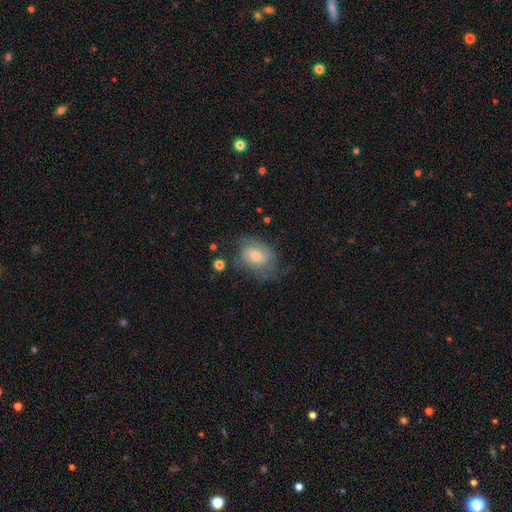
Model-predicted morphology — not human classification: A featured or disk galaxy (55%) with no bar (55%), spiral arms (81%) and a moderate central bulge (56%).

Vote fractions:
- Smooth or featured? featured or disk: 55% / smooth: 36% / star or artifact: 9%
- Edge-on disk? no: 96% / yes: 4%
- Bar? no: 55% / weak: 38% / strong: 7%
- Spiral arms? yes: 81% / no: 19%
- Bulge size? moderate: 56% / small: 33% / large: 7% / none: 3% / dominant: 1%
- Merging? none: 58% / minor disturbance: 24% / major disturbance: 16% / merger: 2%